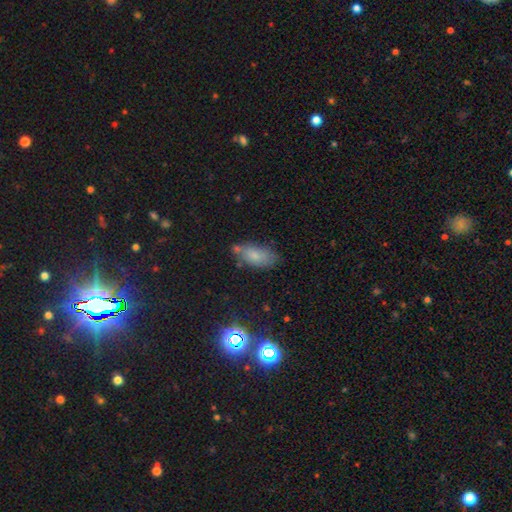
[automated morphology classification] Smooth or featured? smooth (76%)
How rounded? in between (90%)
Merging? none (60%)